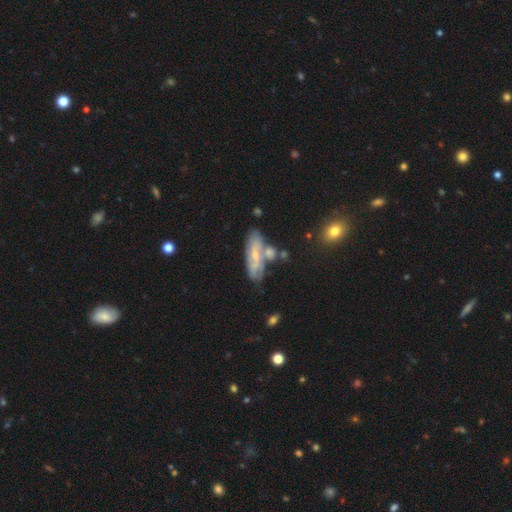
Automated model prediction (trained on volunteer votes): Smooth or featured: featured or disk — 52% (smooth — 39%)
Edge-on disk: no — 74% (yes — 26%)
Merging: none — 45% (merger — 28%)